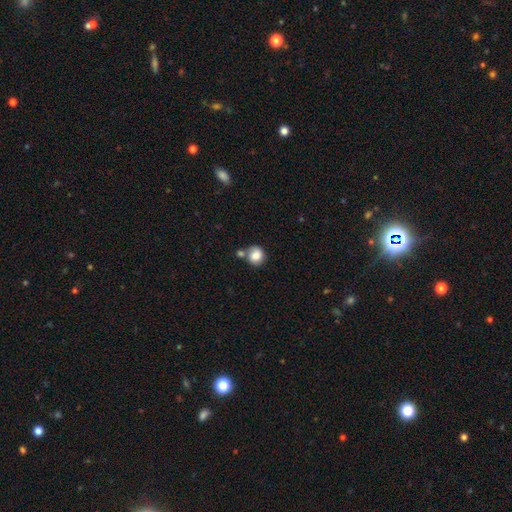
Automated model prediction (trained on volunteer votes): smooth-or-featured: smooth: 84% | star or artifact: 9% | featured or disk: 8%
  how-rounded: round: 87% | in between: 12% | cigar-shaped: 1%
  merging: none: 61% | merger: 23% | minor disturbance: 12% | major disturbance: 4%